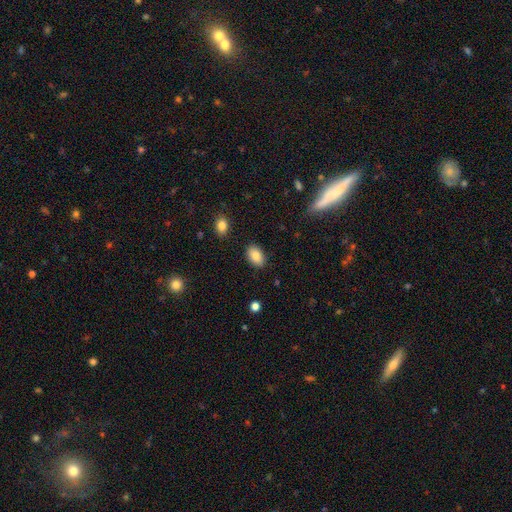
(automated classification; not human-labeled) smooth-or-featured: smooth: 87% | star or artifact: 8% | featured or disk: 5%
  how-rounded: in between: 88% | round: 11% | cigar-shaped: 1%
  merging: none: 87% | minor disturbance: 9% | major disturbance: 2% | merger: 1%